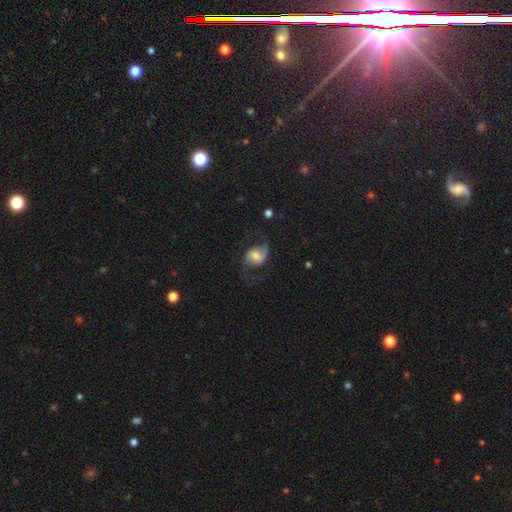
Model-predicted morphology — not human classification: smooth-or-featured: featured or disk: 77% | smooth: 16% | star or artifact: 7%
  disk-edge-on: no: 97% | yes: 3%
    bar: weak: 47% | no: 34% | strong: 20%
    has-spiral-arms: yes: 94% | no: 6%
      spiral-winding: loose: 59% | medium: 35% | tight: 7%
      spiral-arm-count: 2: 91% | 1: 4% | can't tell: 3% | 3: 1% | 4: 1% | more than 4: 1%
    bulge-size: moderate: 53% | small: 26% | large: 14% | none: 5% | dominant: 2%
  merging: none: 69% | minor disturbance: 15% | major disturbance: 14% | merger: 2%